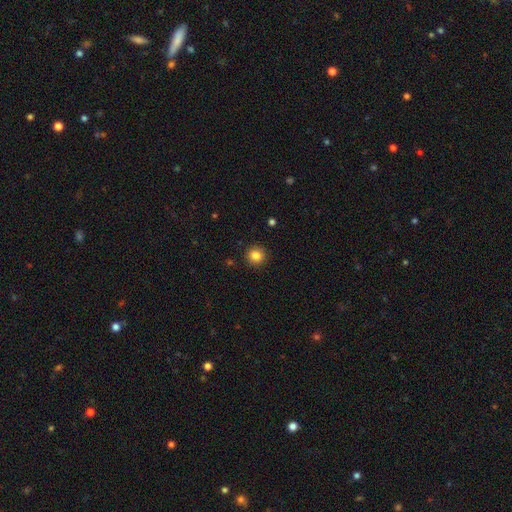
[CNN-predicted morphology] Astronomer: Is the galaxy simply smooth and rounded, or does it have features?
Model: smooth — 84%.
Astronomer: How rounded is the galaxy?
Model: round — 94%.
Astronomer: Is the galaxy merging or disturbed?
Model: none — 92%.